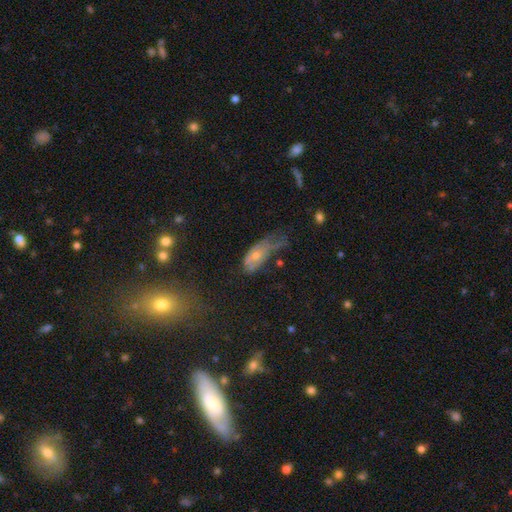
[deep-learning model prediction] smooth-or-featured: smooth: 45% | featured or disk: 39% | star or artifact: 16%
  merging: major disturbance: 40% | minor disturbance: 29% | none: 24% | merger: 7%